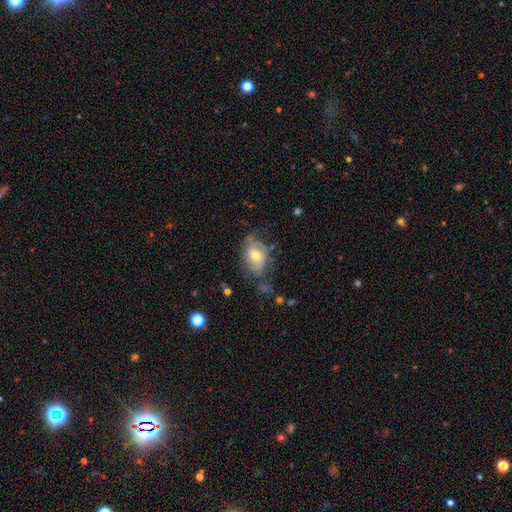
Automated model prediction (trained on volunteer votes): smooth-or-featured: featured or disk: 47% | smooth: 45% | star or artifact: 8%
  merging: none: 44% | minor disturbance: 31% | major disturbance: 22% | merger: 4%